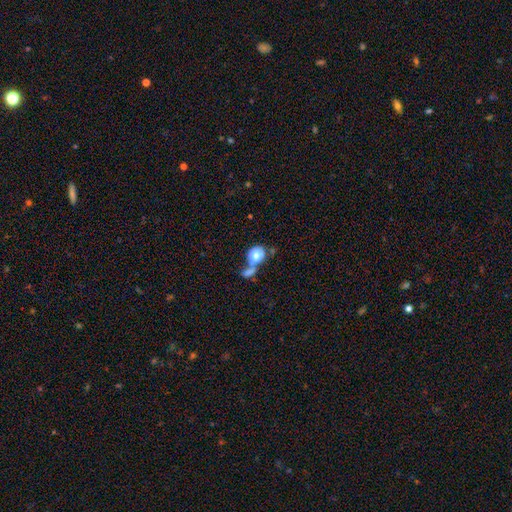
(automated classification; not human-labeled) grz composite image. It shows a smooth galaxy with no disk features (75%) that is round (64%). Merging: merger (53%).